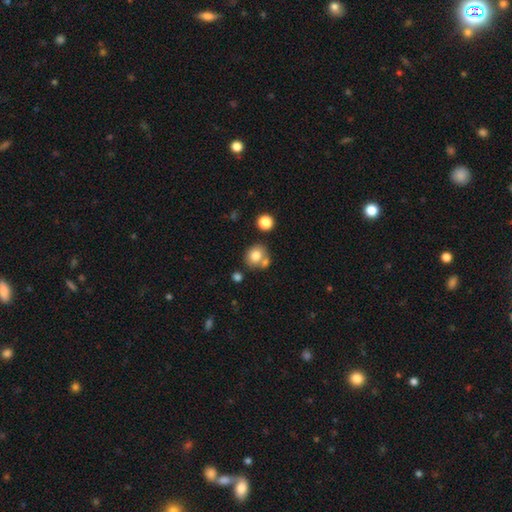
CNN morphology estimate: Smooth or featured? smooth (79%)
How rounded? round (74%)
Merging? none (58%)